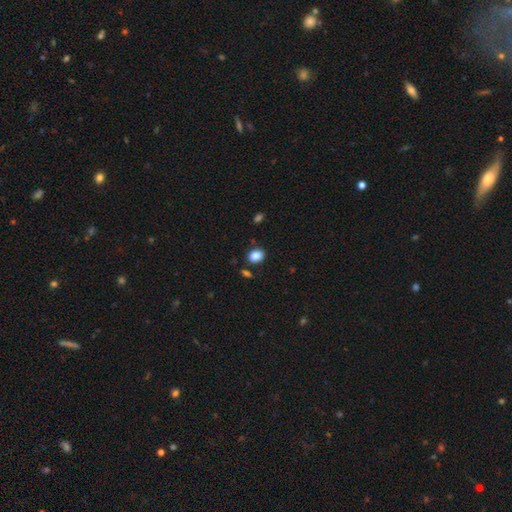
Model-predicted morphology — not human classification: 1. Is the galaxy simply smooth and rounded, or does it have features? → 86% smooth, 9% star or artifact, 4% featured or disk.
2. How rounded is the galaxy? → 64% in between, 35% round, 1% cigar-shaped.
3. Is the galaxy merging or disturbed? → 82% none, 10% minor disturbance, 5% merger, 3% major disturbance.